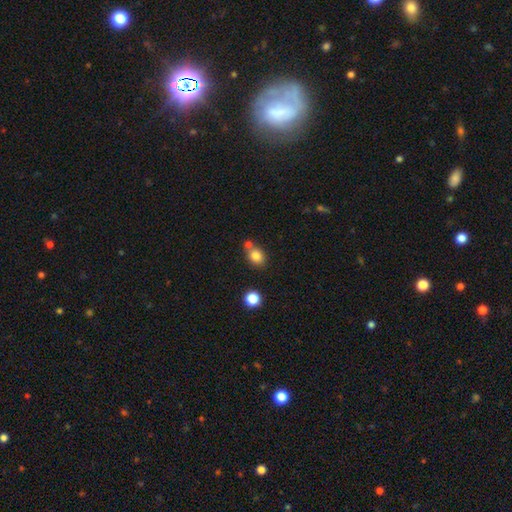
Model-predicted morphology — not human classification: This appears to be a smooth galaxy with no disk features (82%) that is round (56%). Merging: none (60%).